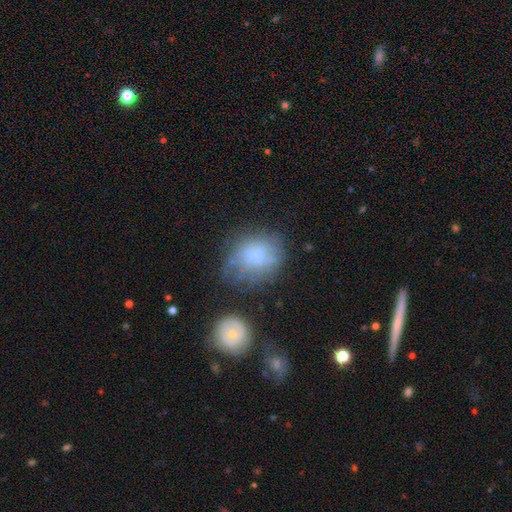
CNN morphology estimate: smooth 59%, featured or disk 30%, star or artifact 11%. Down the decision tree: how rounded — round (54%); merging — none (46%).